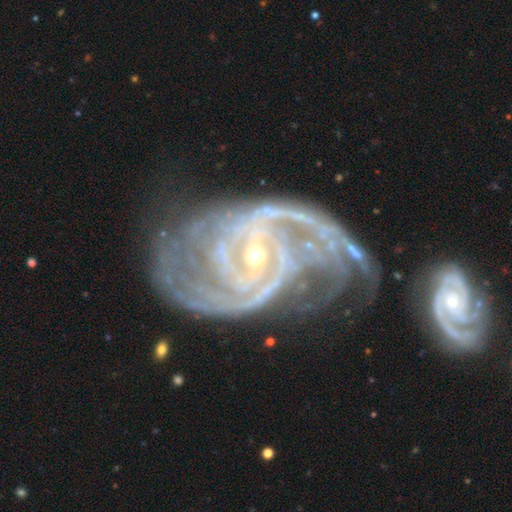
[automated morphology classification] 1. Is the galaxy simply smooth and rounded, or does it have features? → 92% featured or disk, 5% star or artifact, 3% smooth.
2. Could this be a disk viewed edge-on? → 97% no, 3% yes.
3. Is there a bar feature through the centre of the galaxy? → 40% strong, 36% weak, 24% no.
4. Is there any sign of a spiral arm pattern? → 97% yes, 3% no.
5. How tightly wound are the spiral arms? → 52% tight, 37% medium, 11% loose.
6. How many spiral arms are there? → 39% 2, 19% 3, 15% can't tell, 11% 4, 8% more than 4, 8% 1.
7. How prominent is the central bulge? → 71% small, 26% moderate, 1% large, 1% none, 1% dominant.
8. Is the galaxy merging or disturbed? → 48% none, 24% minor disturbance, 23% major disturbance, 5% merger.